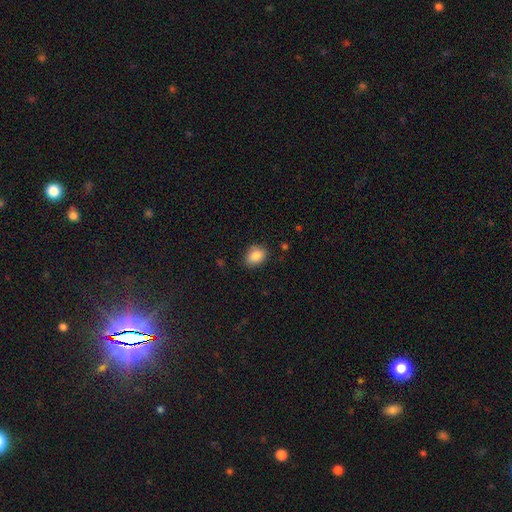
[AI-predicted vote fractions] Smooth or featured: smooth — 87% (star or artifact — 8%)
How rounded: in between — 63% (round — 36%)
Merging: none — 83% (minor disturbance — 13%)